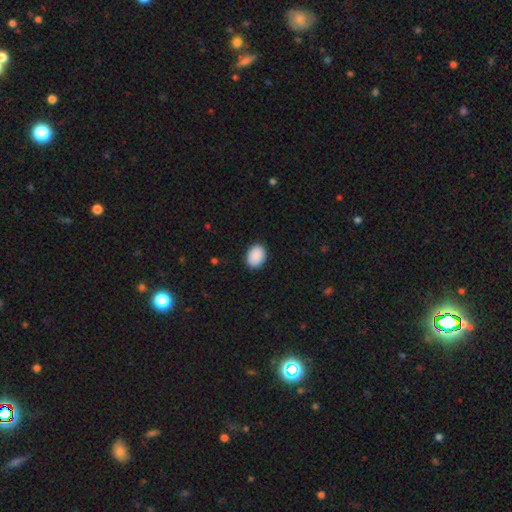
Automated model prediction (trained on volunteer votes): smooth 91%, star or artifact 6%, featured or disk 3%. Down the decision tree: how rounded — in between (73%); merging — none (89%).